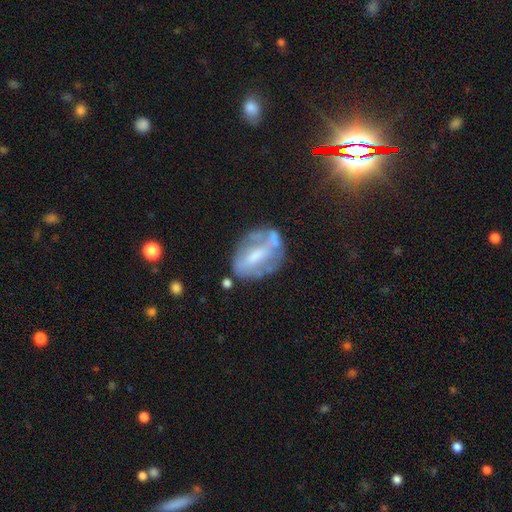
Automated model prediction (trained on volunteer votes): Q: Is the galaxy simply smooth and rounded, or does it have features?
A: featured or disk — 62%.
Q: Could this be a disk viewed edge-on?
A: no — 93%.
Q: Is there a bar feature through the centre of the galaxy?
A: strong — 36%.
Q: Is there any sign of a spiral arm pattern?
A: no — 56%.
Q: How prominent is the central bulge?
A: moderate — 41%.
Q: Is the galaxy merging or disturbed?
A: none — 52%.